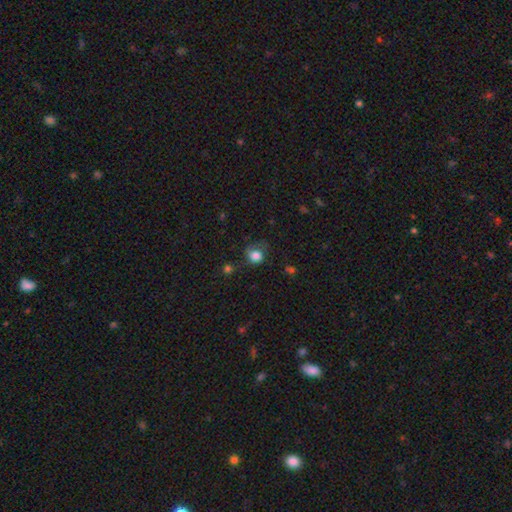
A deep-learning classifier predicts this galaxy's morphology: smooth-or-featured: smooth: 78% | featured or disk: 13% | star or artifact: 10%
  how-rounded: round: 71% | in between: 28% | cigar-shaped: 1%
  merging: none: 45% | minor disturbance: 30% | major disturbance: 22% | merger: 3%